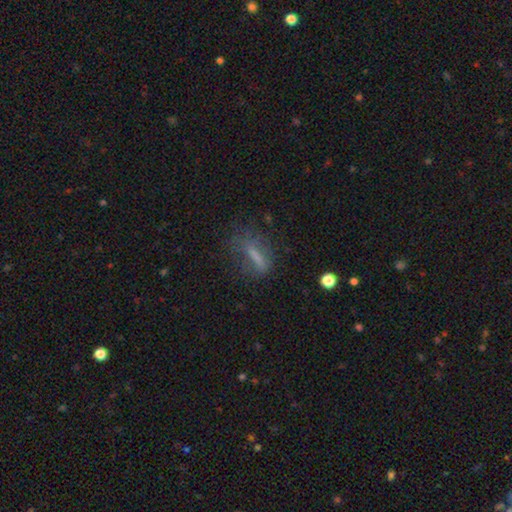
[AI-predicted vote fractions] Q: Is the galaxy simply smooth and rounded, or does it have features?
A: smooth — 55%.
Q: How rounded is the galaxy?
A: cigar-shaped — 63%.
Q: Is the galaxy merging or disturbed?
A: none — 55%.